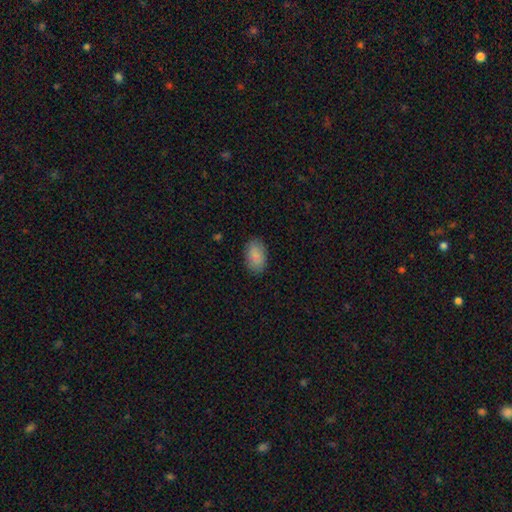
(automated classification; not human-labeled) This appears to be a smooth galaxy with no disk features (88%) that is in between round and cigar-shaped (92%). Merging: none (86%).